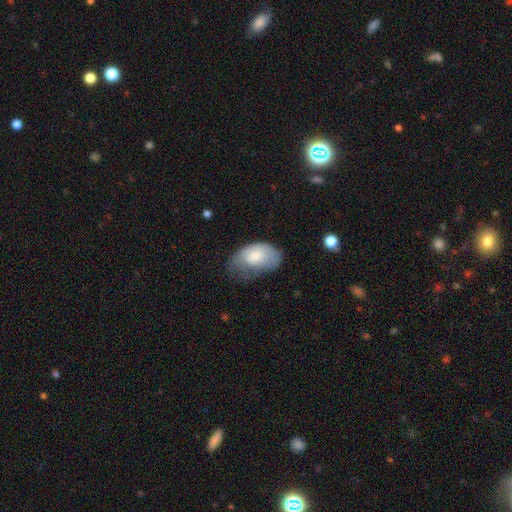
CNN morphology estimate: smooth_or_featured: smooth (p=0.73) [alt: featured or disk p=0.20]
how_rounded: in between (p=0.92) [alt: round p=0.07]
merging: minor disturbance (p=0.40) [alt: none p=0.31]